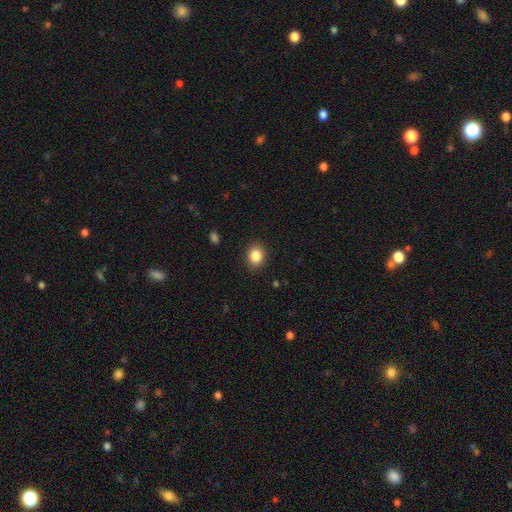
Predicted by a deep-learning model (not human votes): This appears to be a smooth galaxy with no disk features (85%) that is round (61%). Merging: none (88%).